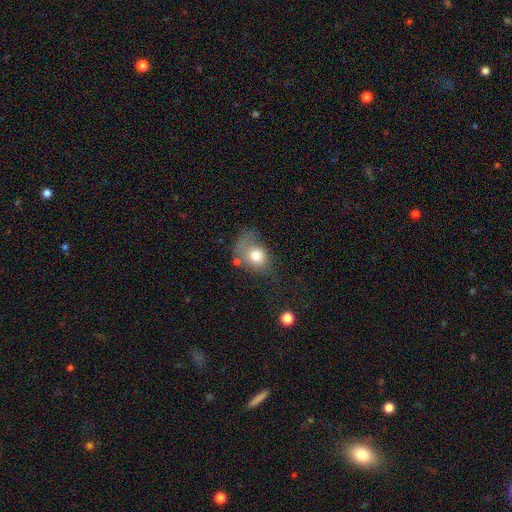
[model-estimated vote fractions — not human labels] This appears to be a smooth galaxy with no disk features (73%) that is in between round and cigar-shaped (54%). Merging: major disturbance (36%).